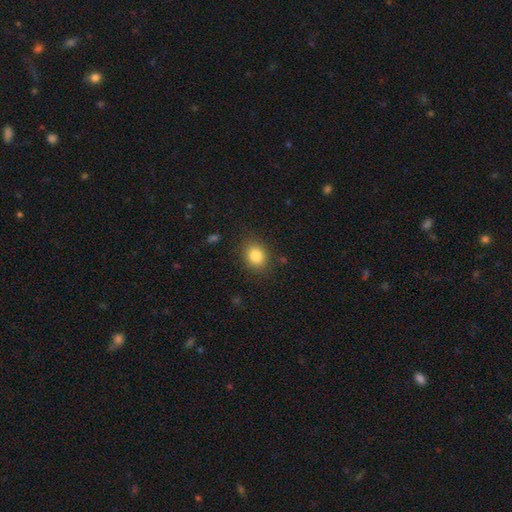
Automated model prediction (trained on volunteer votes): Overall: smooth (83%). How rounded: round (54%; in between 45%). Merging: none (85%).